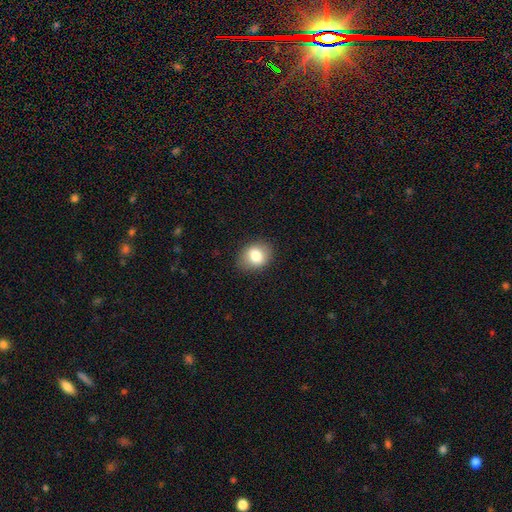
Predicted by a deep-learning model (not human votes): A smooth galaxy with no disk features (80%) that is in between round and cigar-shaped (60%). Merging: none (85%).